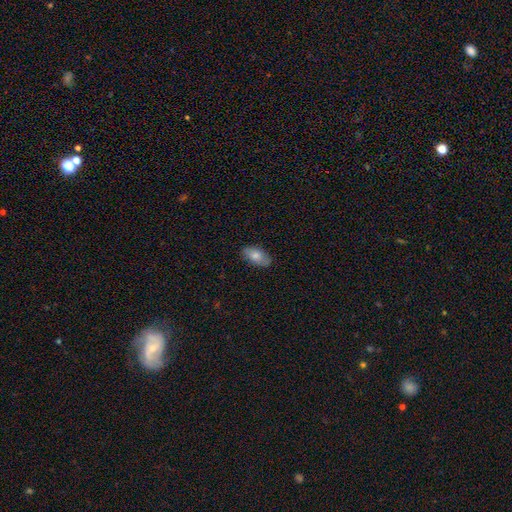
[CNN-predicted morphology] Smooth or featured: smooth — 78% (featured or disk — 15%)
How rounded: in between — 93% (round — 4%)
Merging: none — 84% (minor disturbance — 13%)